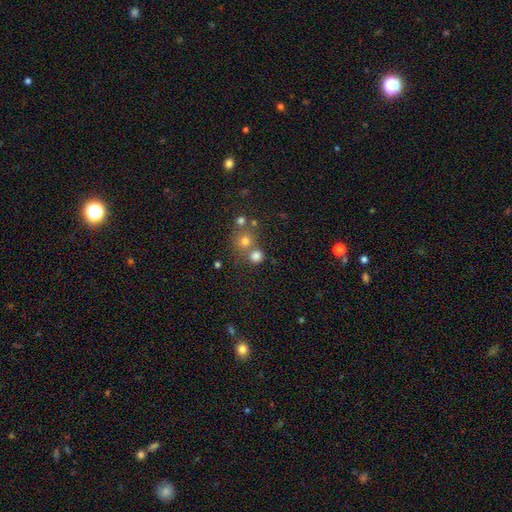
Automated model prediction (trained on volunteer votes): Morphology: type=smooth (74%); roundness=round (88%); merging=none (61%).